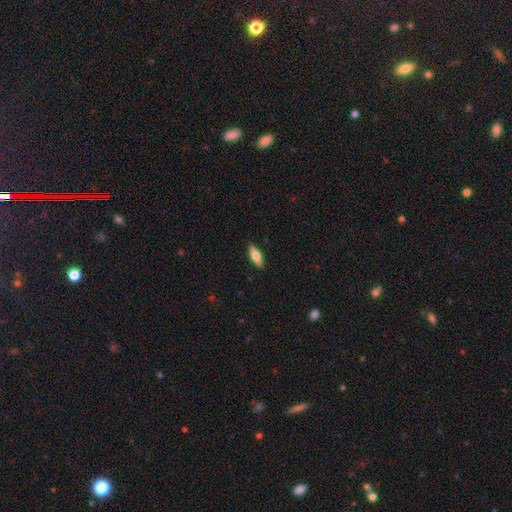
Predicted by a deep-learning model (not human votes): This appears to be a smooth galaxy with no disk features (67%) that is in between round and cigar-shaped (58%). Merging: none (89%).